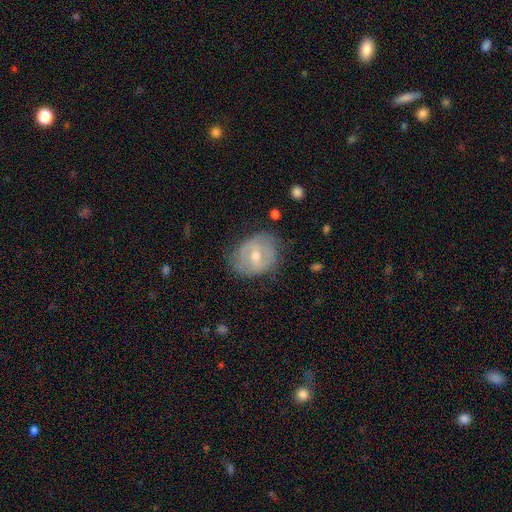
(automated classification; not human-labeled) Q: Smooth or featured?
A: featured or disk (58%); runner-up: smooth (35%)
Q: Edge-on disk?
A: no (95%); runner-up: yes (5%)
Q: Bar?
A: weak (49%); runner-up: no (30%)
Q: Spiral arms?
A: no (54%); runner-up: yes (46%)
Q: Bulge size?
A: moderate (67%); runner-up: small (28%)
Q: Merging?
A: none (67%); runner-up: minor disturbance (23%)